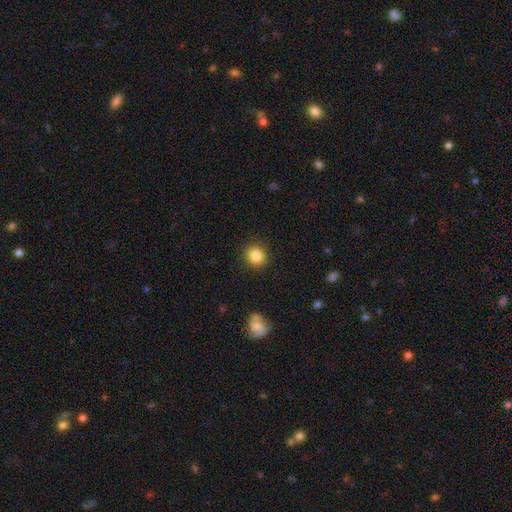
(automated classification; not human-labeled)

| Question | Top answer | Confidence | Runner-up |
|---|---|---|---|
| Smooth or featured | smooth | 86% | star or artifact (10%) |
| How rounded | round | 83% | in between (16%) |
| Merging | none | 89% | minor disturbance (7%) |